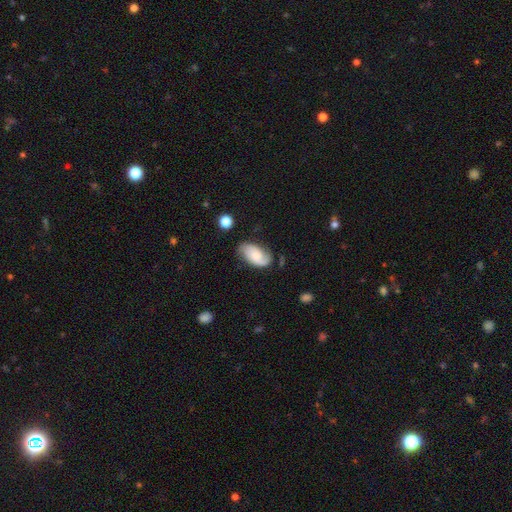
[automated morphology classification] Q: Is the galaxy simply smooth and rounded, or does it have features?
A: featured or disk — 56%.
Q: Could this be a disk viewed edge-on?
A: no — 95%.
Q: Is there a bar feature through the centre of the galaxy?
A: no — 68%.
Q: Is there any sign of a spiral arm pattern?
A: yes — 90%.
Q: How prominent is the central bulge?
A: small — 42%.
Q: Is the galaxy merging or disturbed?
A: none — 64%.